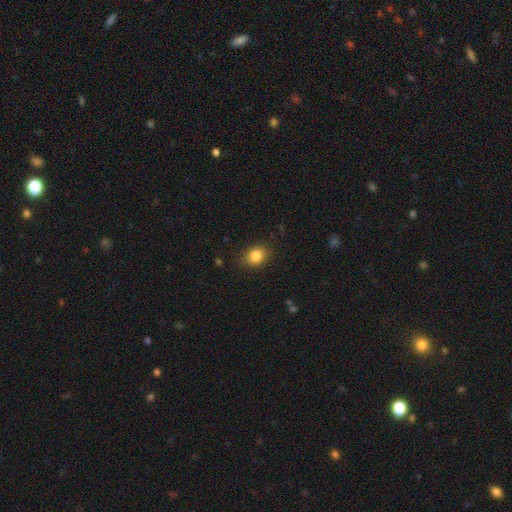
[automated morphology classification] The model was most divided on "how rounded": in between: 58%, round: 40%, cigar-shaped: 1%. More confident: smooth or featured — smooth (84%); merging — none (81%).